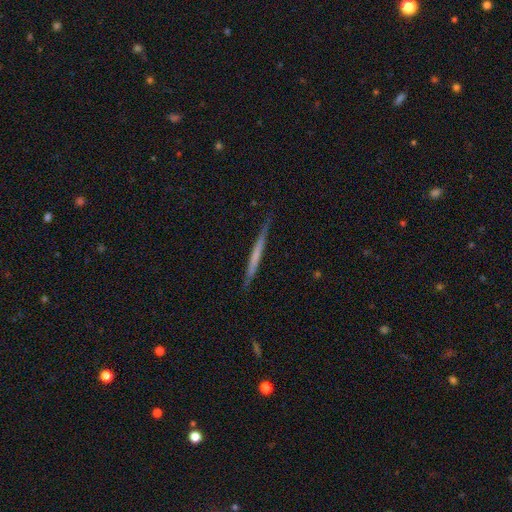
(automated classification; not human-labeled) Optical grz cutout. It shows a featured or disk galaxy (51%) viewed edge-on (97%). Merging: none (87%).